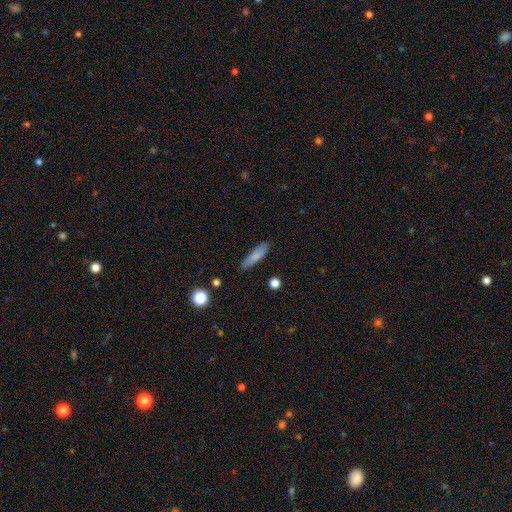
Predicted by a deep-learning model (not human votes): smooth 80%, featured or disk 13%, star or artifact 7%. Down the decision tree: how rounded — cigar-shaped (73%); merging — none (85%).